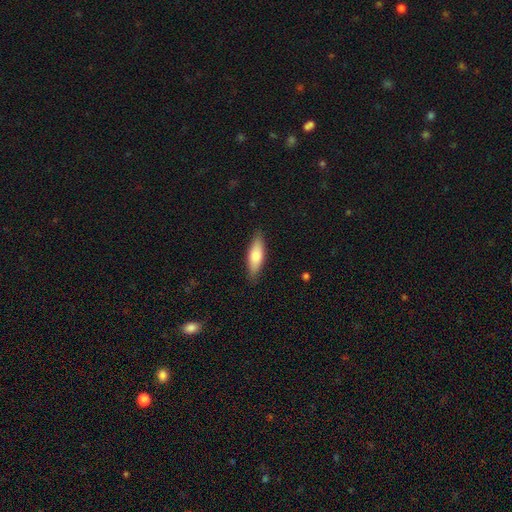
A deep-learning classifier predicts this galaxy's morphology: Q: Smooth or featured?
A: smooth (73%); runner-up: featured or disk (22%)
Q: How rounded?
A: in between (55%); runner-up: cigar-shaped (43%)
Q: Merging?
A: none (87%); runner-up: minor disturbance (10%)